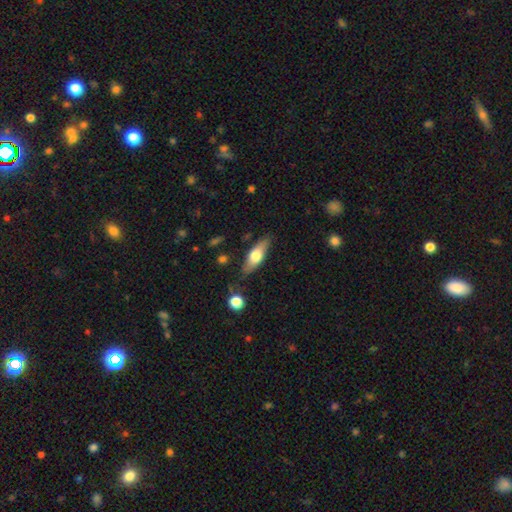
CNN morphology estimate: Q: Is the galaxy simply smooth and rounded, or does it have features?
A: smooth — 60%.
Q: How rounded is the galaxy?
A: in between — 62%.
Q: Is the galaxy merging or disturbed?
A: none — 78%.